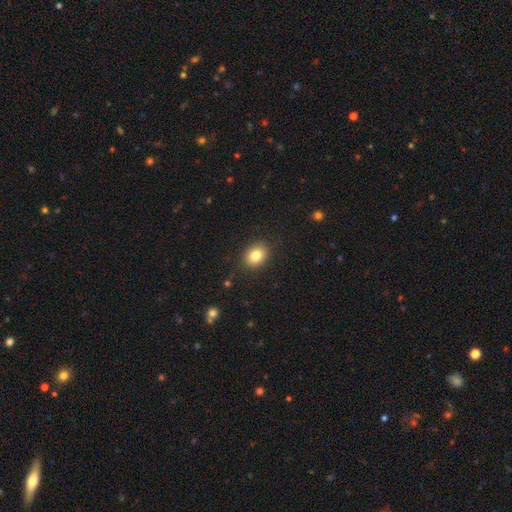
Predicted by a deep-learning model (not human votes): Overall: smooth (82%). How rounded: in between (60%; round 39%). Merging: none (87%).